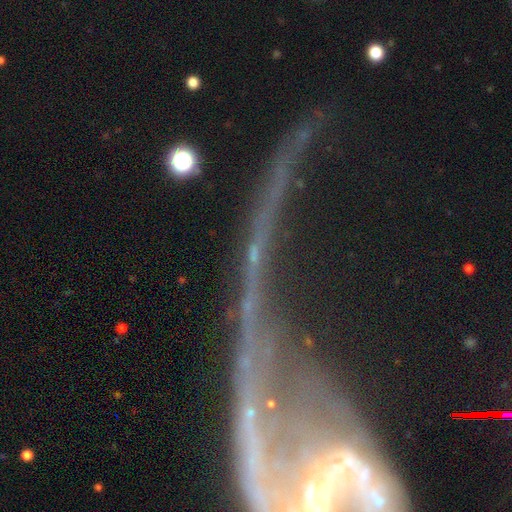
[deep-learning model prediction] Q: Smooth or featured?
A: featured or disk (61%); runner-up: star or artifact (27%)
Q: Edge-on disk?
A: no (77%); runner-up: yes (23%)
Q: Merging?
A: major disturbance (40%); runner-up: none (32%)